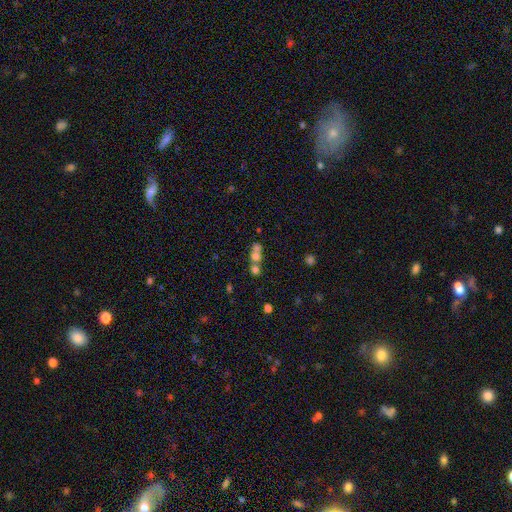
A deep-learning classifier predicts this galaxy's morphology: This appears to be a smooth galaxy with no disk features (64%) that is round (73%). Merging: merger (63%).